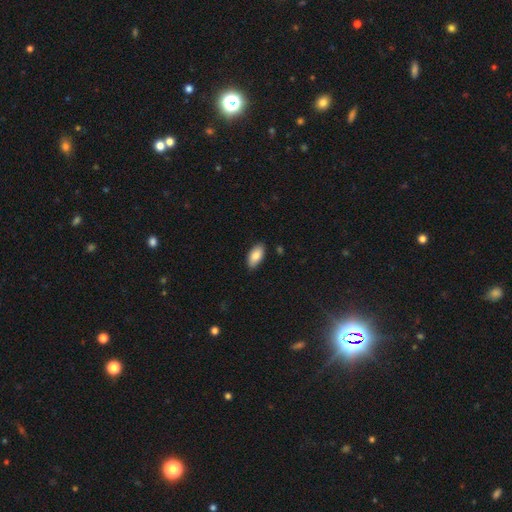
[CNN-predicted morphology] Smooth or featured? smooth (85%)
How rounded? in between (93%)
Merging? none (87%)